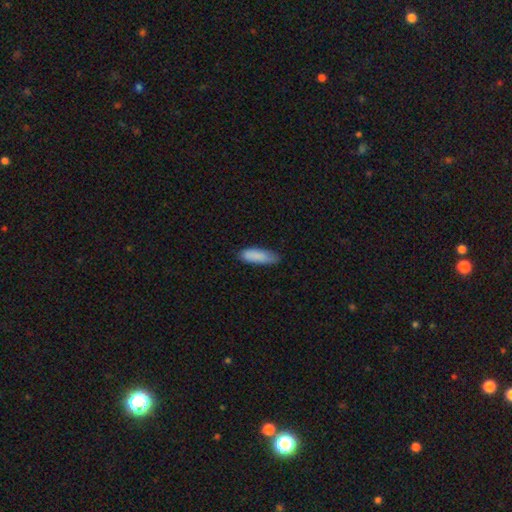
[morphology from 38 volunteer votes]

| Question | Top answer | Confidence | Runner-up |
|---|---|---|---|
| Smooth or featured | smooth | 87% | featured or disk (11%) |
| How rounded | in between | 64% | cigar-shaped (36%) |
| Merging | none | 54% | minor disturbance (38%) |